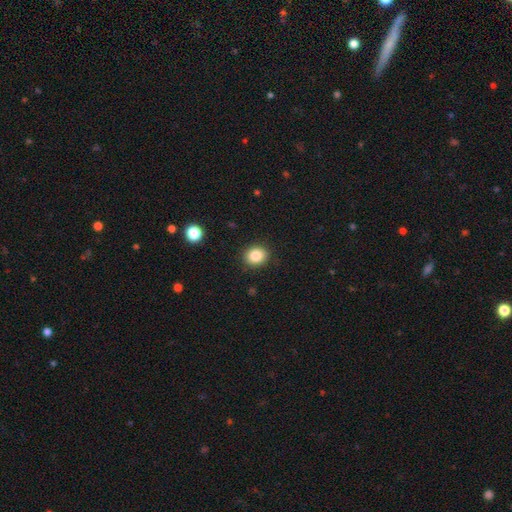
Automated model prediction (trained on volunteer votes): smooth_or_featured: smooth (p=0.85) [alt: star or artifact p=0.10]
how_rounded: round (p=0.67) [alt: in between p=0.32]
merging: none (p=0.90) [alt: minor disturbance p=0.07]